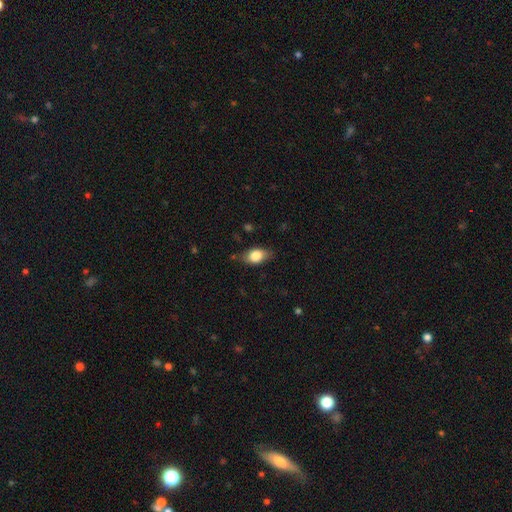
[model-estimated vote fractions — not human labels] Overall: smooth (77%). How rounded: in between (85%). Merging: none (76%).